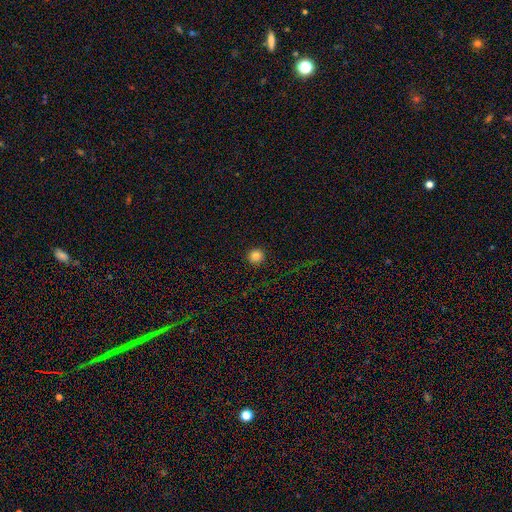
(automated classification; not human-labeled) Overall: smooth (85%). How rounded: round (95%). Merging: none (93%).